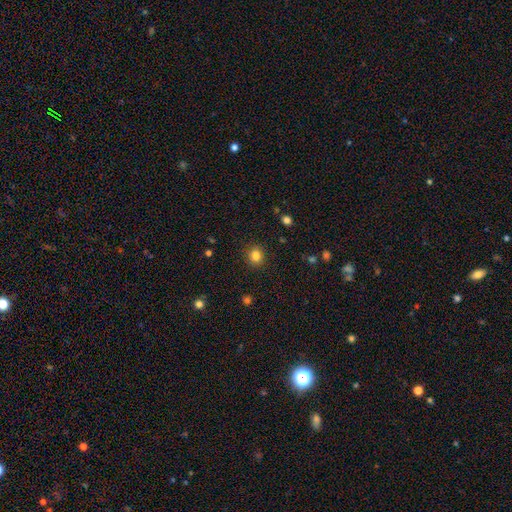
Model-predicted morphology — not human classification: This is clearly a smooth galaxy (83%). How rounded: clearly round (84%). Merging: clearly none (90%).